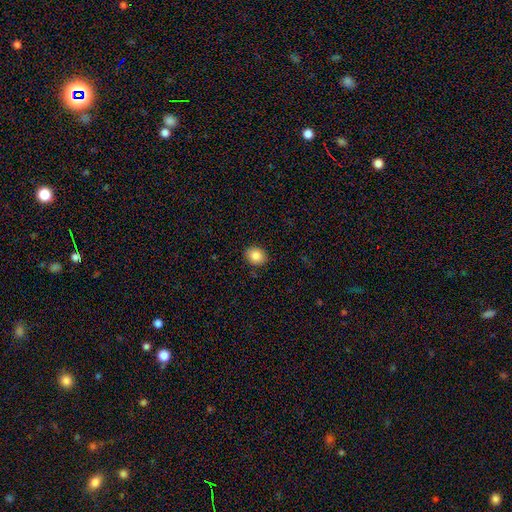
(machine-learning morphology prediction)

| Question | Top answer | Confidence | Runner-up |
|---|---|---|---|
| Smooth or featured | smooth | 86% | star or artifact (9%) |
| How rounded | round | 63% | in between (37%) |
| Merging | none | 88% | minor disturbance (9%) |